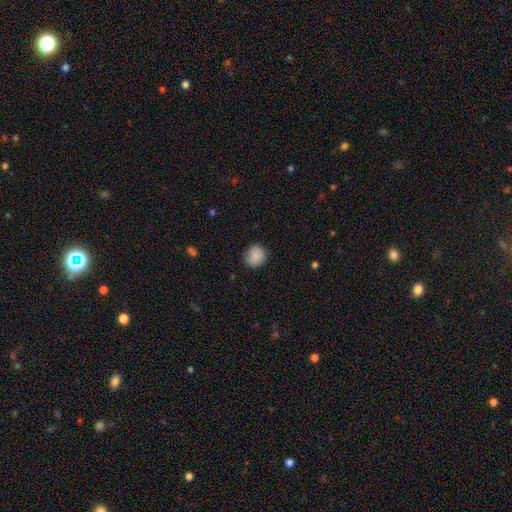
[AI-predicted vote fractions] smooth-or-featured: smooth: 88% | star or artifact: 8% | featured or disk: 5%
  how-rounded: round: 87% | in between: 12% | cigar-shaped: 1%
  merging: none: 86% | minor disturbance: 10% | major disturbance: 2% | merger: 1%